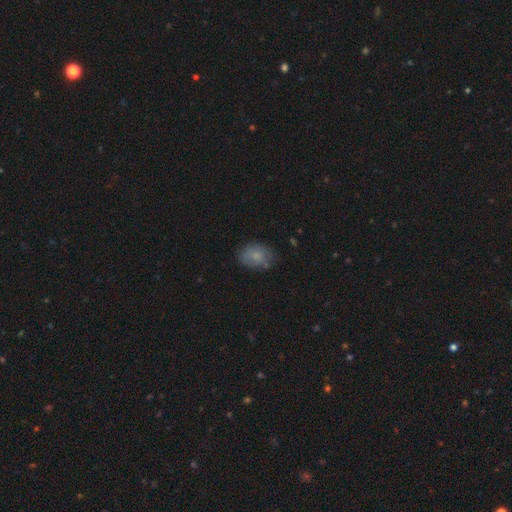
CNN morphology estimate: smooth-or-featured: smooth: 77% | featured or disk: 14% | star or artifact: 8%
  how-rounded: in between: 66% | round: 33% | cigar-shaped: 1%
  merging: none: 71% | minor disturbance: 21% | major disturbance: 6% | merger: 2%